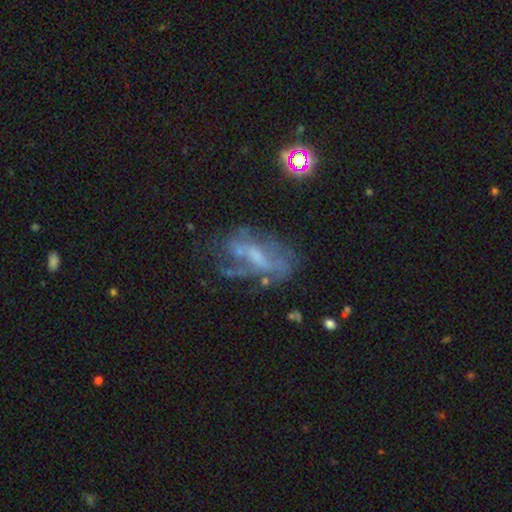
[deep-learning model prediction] Smooth or featured: featured or disk — 63% (smooth — 22%)
Edge-on disk: no — 90% (yes — 10%)
Bar: no — 42% (weak — 38%)
Spiral arms: no — 53% (yes — 47%)
Bulge size: small — 38% (none — 30%)
Merging: none — 45% (major disturbance — 26%)